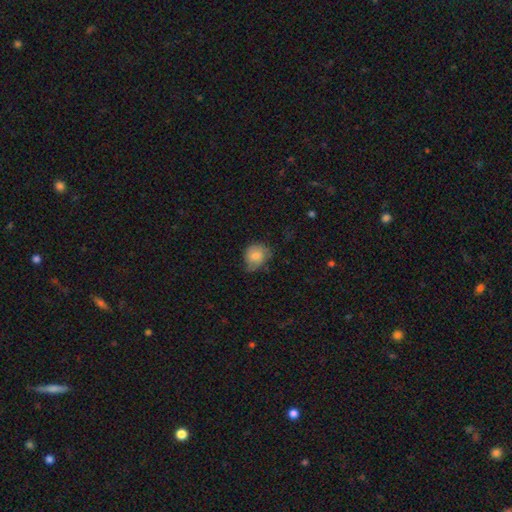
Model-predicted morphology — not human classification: This is likely a smooth galaxy (66%). How rounded: likely round (61%). Merging: possibly none (49%).